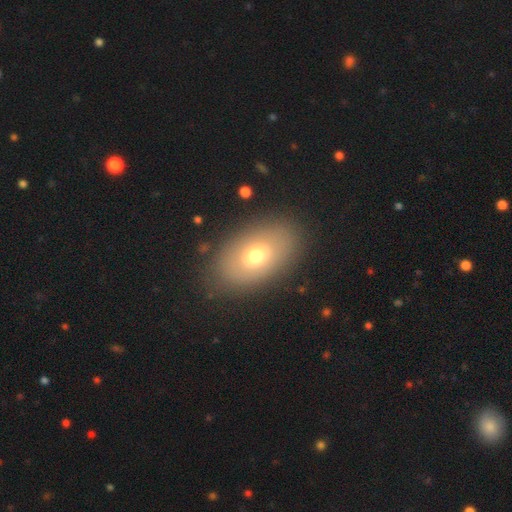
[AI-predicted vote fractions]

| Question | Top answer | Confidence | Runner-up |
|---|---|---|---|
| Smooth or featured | smooth | 64% | featured or disk (26%) |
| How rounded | in between | 88% | round (10%) |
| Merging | none | 85% | minor disturbance (10%) |